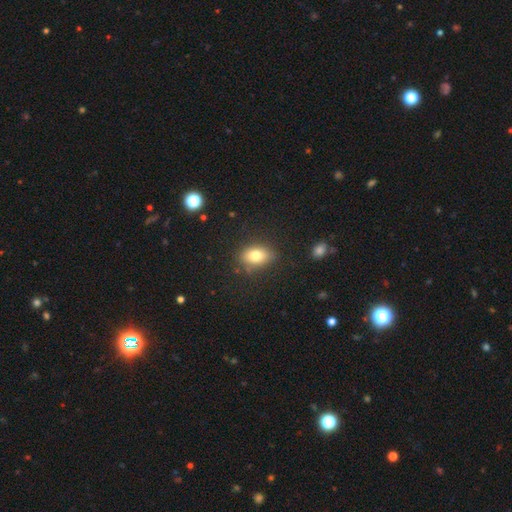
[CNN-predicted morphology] A smooth galaxy with no disk features (79%) that is in between round and cigar-shaped (80%).

Vote fractions:
- Smooth or featured? smooth: 79% / featured or disk: 12% / star or artifact: 10%
- How rounded? in between: 80% / round: 18% / cigar-shaped: 2%
- Merging? none: 80% / minor disturbance: 13% / major disturbance: 4% / merger: 2%